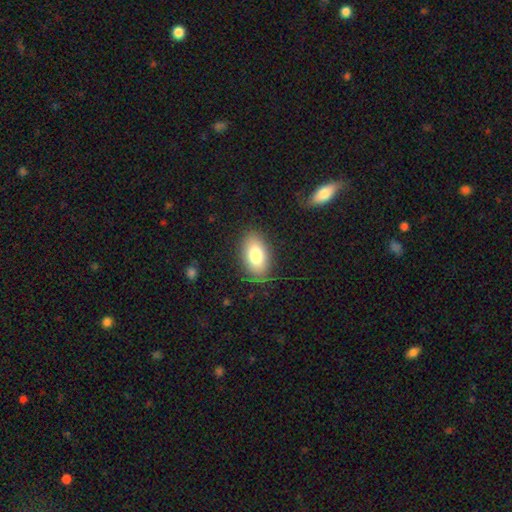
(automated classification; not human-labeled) A smooth galaxy with no disk features (79%) that is in between round and cigar-shaped (92%).

Vote fractions:
- Smooth or featured? smooth: 79% / featured or disk: 14% / star or artifact: 7%
- How rounded? in between: 92% / round: 5% / cigar-shaped: 3%
- Merging? none: 83% / minor disturbance: 13% / major disturbance: 3% / merger: 1%